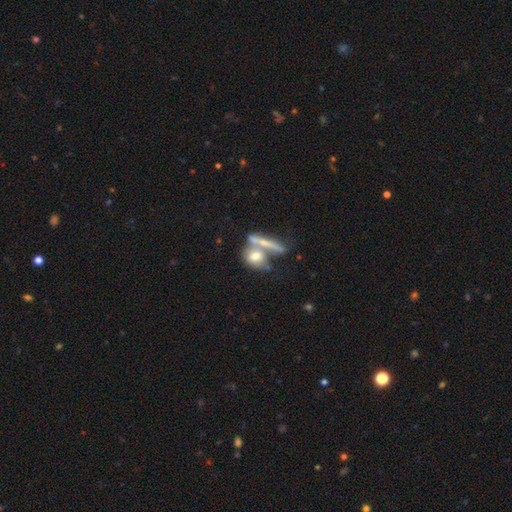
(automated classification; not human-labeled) This appears to be a smooth galaxy with no disk features (58%) that is in between round and cigar-shaped (47%). Merging: merger (52%).